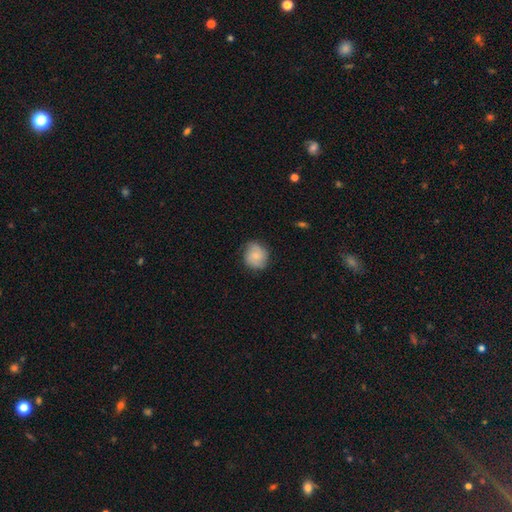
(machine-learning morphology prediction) Smooth or featured: smooth — 73% (featured or disk — 20%)
How rounded: round — 80% (in between — 19%)
Merging: none — 77% (minor disturbance — 18%)